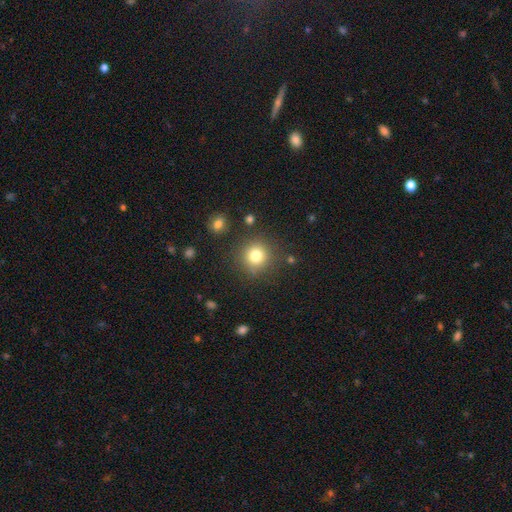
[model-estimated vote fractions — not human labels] The model was most divided on "smooth or featured": smooth: 80%, star or artifact: 13%, featured or disk: 7%. More confident: how rounded — round (93%); merging — none (85%).